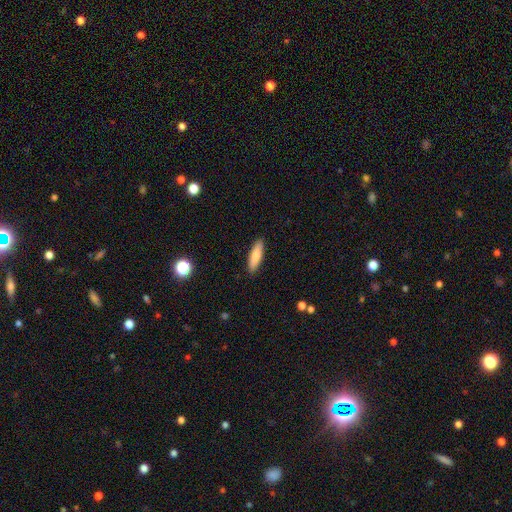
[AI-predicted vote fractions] This is likely a smooth galaxy (80%). How rounded: likely cigar-shaped (60%). Merging: clearly none (90%).